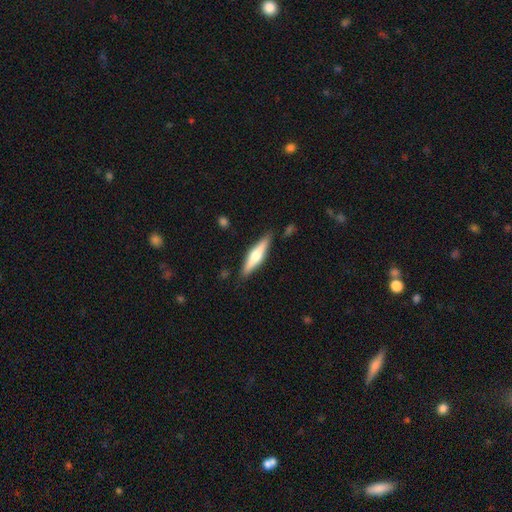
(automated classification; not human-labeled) Q: Smooth or featured?
A: featured or disk (58%); runner-up: smooth (37%)
Q: Edge-on disk?
A: yes (96%); runner-up: no (4%)
Q: Edge-on bulge?
A: rounded (89%); runner-up: boxy (7%)
Q: Merging?
A: none (87%); runner-up: minor disturbance (9%)